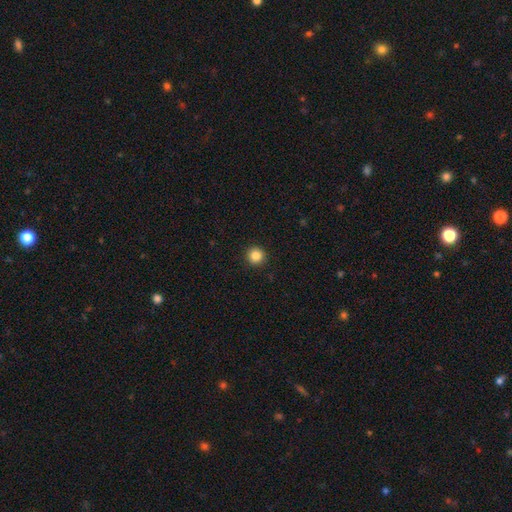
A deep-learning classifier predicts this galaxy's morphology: This is clearly a smooth galaxy (86%). How rounded: clearly round (95%). Merging: clearly none (93%).